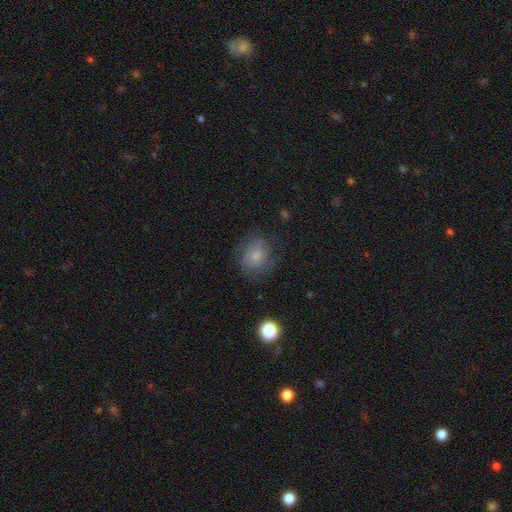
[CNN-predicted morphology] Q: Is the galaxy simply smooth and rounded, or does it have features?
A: smooth — 65%.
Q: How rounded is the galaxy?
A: round — 68%.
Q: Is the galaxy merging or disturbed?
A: none — 63%.